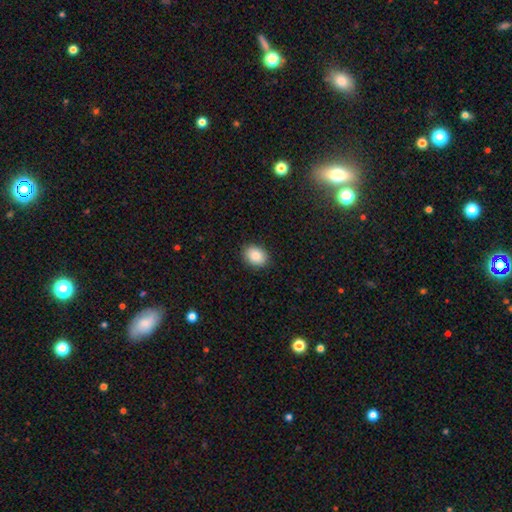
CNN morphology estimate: Smooth or featured? smooth (88%)
How rounded? in between (62%)
Merging? none (89%)